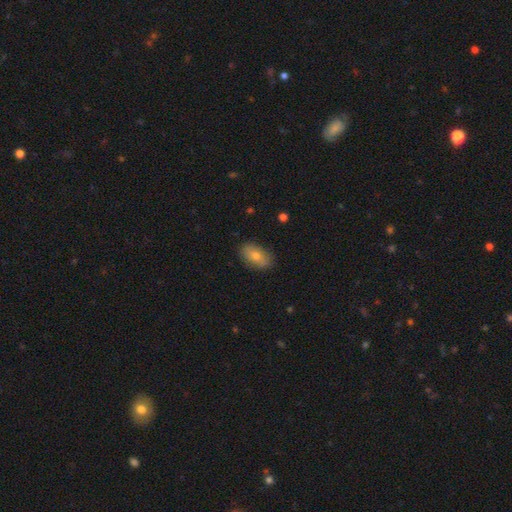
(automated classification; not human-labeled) A smooth galaxy with no disk features (72%) that is in between round and cigar-shaped (91%). Merging: none (85%).